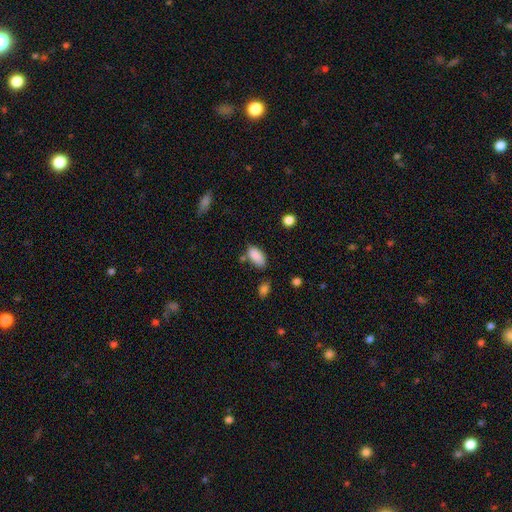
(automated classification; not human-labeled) Morphology: type=smooth (88%); roundness=in between (92%); merging=none (69%).